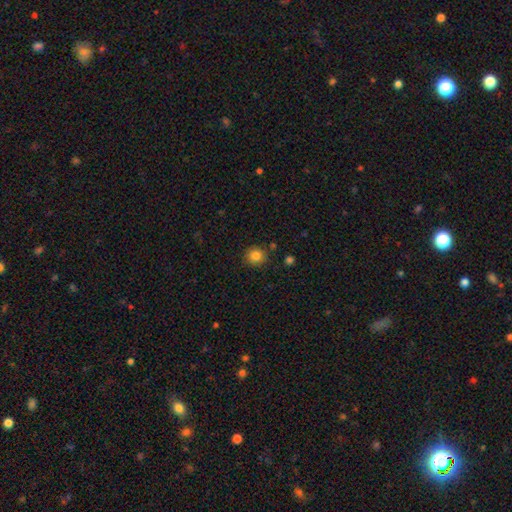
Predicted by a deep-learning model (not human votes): Smooth or featured: smooth — 84% (star or artifact — 11%)
How rounded: round — 88% (in between — 11%)
Merging: none — 86% (minor disturbance — 9%)